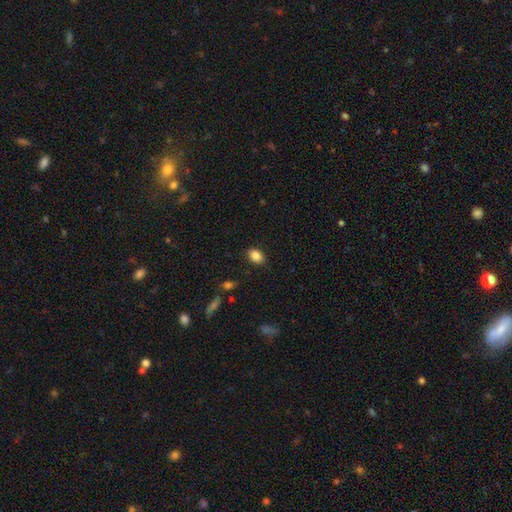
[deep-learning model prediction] Smooth or featured: smooth — 86% (star or artifact — 9%)
How rounded: in between — 83% (round — 16%)
Merging: none — 85% (minor disturbance — 11%)